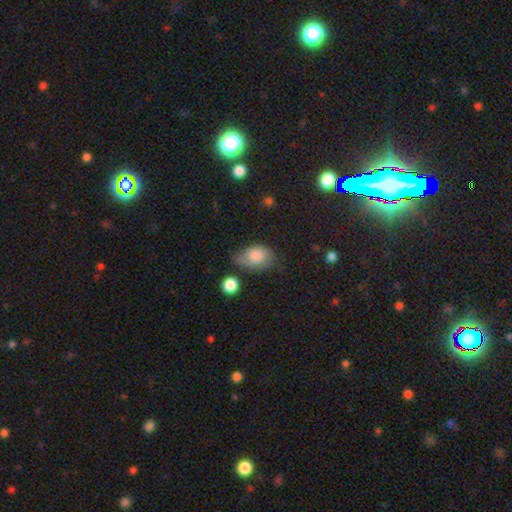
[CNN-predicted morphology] This appears to be a smooth galaxy with no disk features (81%) that is in between round and cigar-shaped (84%). Merging: none (46%).